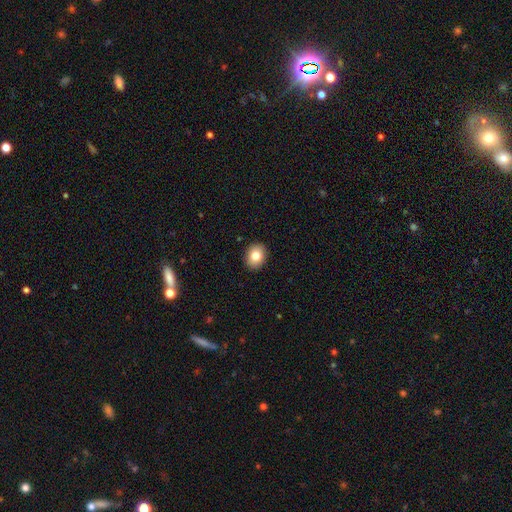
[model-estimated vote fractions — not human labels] The model was most divided on "how rounded": in between: 53%, round: 46%, cigar-shaped: 1%. More confident: merging — none (91%); smooth or featured — smooth (81%).